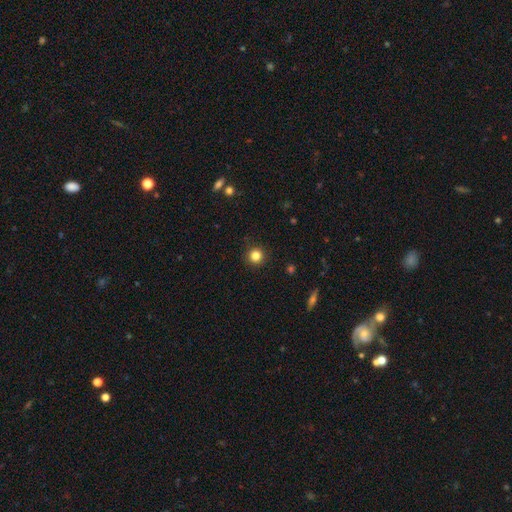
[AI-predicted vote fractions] smooth-or-featured: smooth: 83% | star or artifact: 12% | featured or disk: 5%
  how-rounded: round: 95% | in between: 4% | cigar-shaped: 1%
  merging: none: 92% | minor disturbance: 5% | major disturbance: 2% | merger: 1%